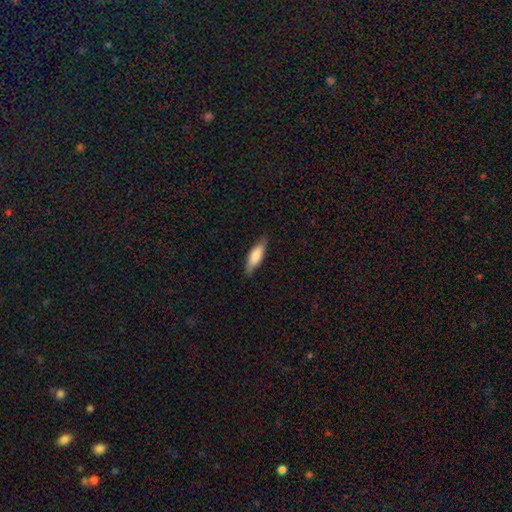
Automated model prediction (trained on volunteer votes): The model was most divided on "how rounded": in between: 54%, cigar-shaped: 44%, round: 2%. More confident: merging — none (82%); smooth or featured — smooth (79%).